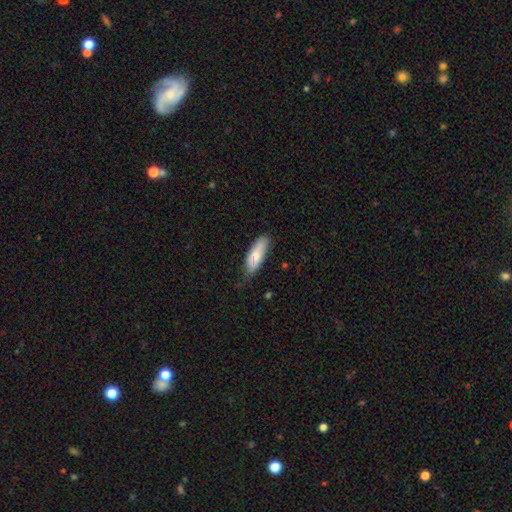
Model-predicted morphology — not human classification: This is likely a smooth galaxy (73%). How rounded: possibly in between (57%). Merging: likely none (72%).